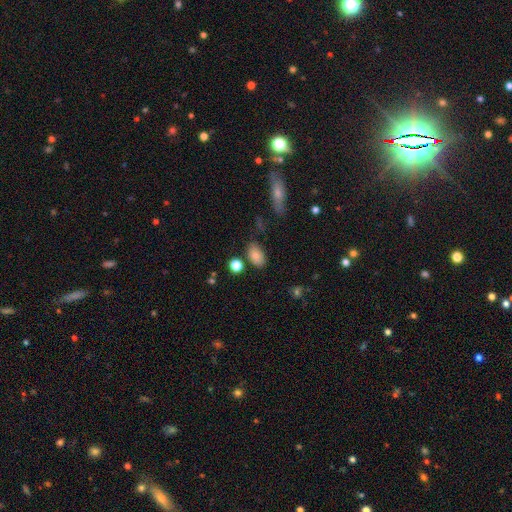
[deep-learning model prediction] This appears to be a smooth galaxy with no disk features (82%) that is in between round and cigar-shaped (88%). Merging: none (76%).